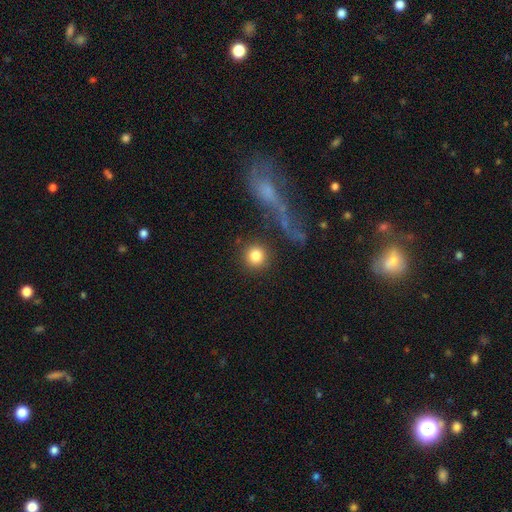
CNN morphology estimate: smooth_or_featured: smooth (p=0.83) [alt: star or artifact p=0.10]
how_rounded: round (p=0.94) [alt: in between p=0.05]
merging: none (p=0.84) [alt: minor disturbance p=0.07]